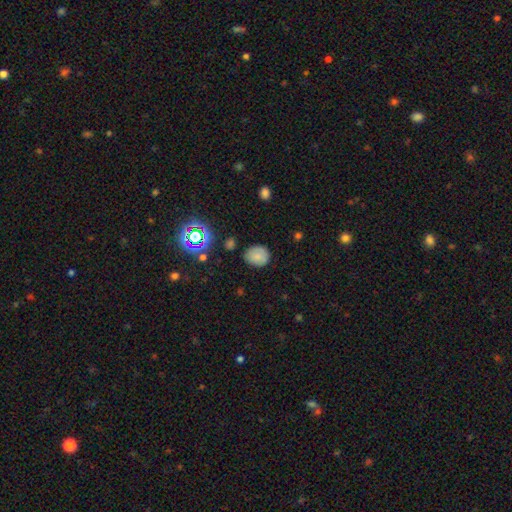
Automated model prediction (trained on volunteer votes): Smooth or featured: smooth — 77% (star or artifact — 14%)
How rounded: round — 66% (in between — 33%)
Merging: none — 77% (minor disturbance — 17%)